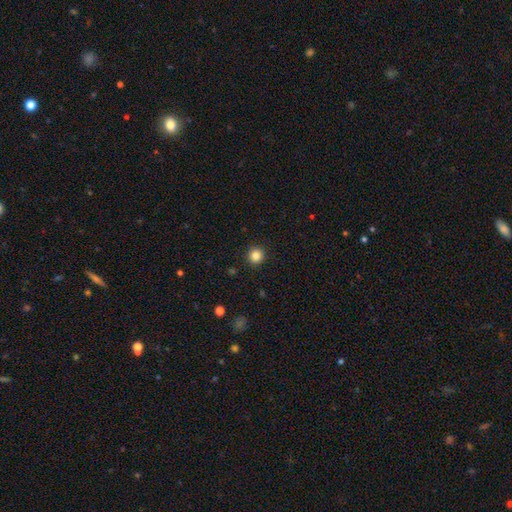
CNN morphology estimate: This is clearly a smooth galaxy (85%). How rounded: clearly round (94%). Merging: clearly none (92%).